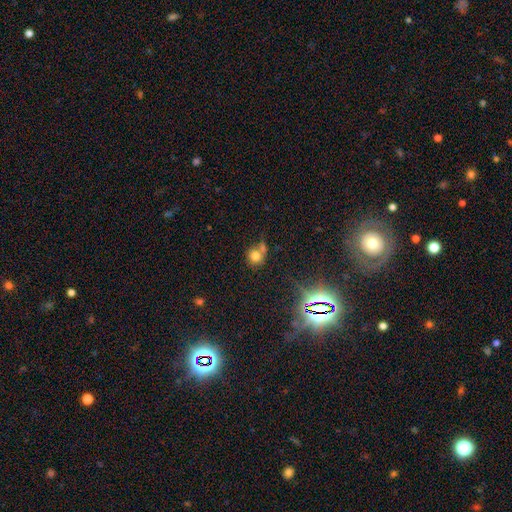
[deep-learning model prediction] The model was most divided on "merging": none: 48%, merger: 33%, minor disturbance: 12%, major disturbance: 6%. More confident: how rounded — round (83%); smooth or featured — smooth (74%).